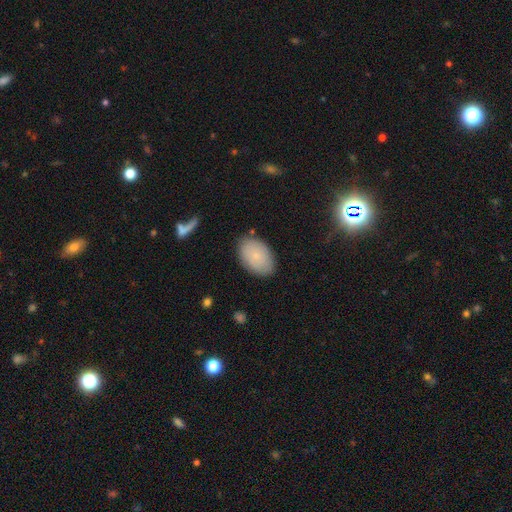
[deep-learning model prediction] smooth_or_featured: smooth (p=0.80) [alt: featured or disk p=0.13]
how_rounded: in between (p=0.91) [alt: round p=0.08]
merging: none (p=0.84) [alt: minor disturbance p=0.11]